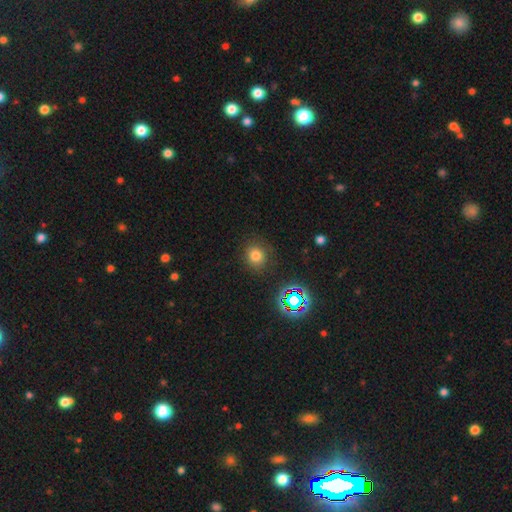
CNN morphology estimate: smooth 73%, star or artifact 19%, featured or disk 8%. Down the decision tree: how rounded — round (87%); merging — none (85%).